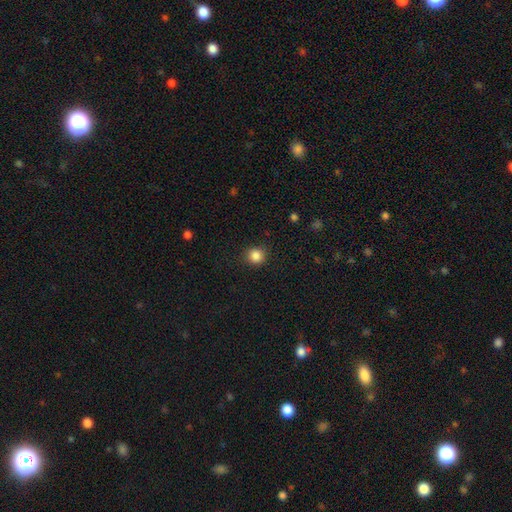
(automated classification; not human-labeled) smooth_or_featured: smooth (p=0.86) [alt: star or artifact p=0.11]
how_rounded: round (p=0.92) [alt: in between p=0.07]
merging: none (p=0.88) [alt: minor disturbance p=0.08]